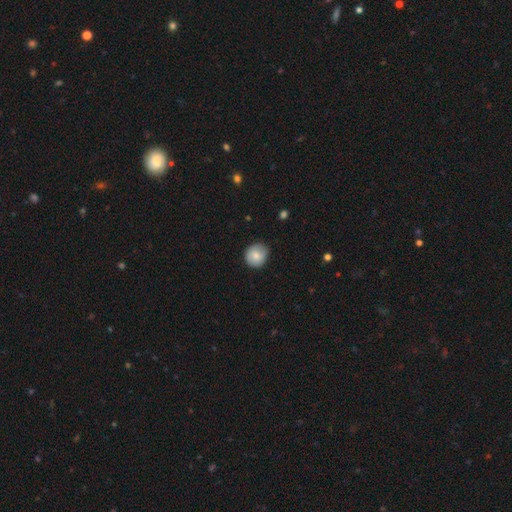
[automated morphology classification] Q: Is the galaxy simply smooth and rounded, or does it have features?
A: smooth — 77%.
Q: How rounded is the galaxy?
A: round — 86%.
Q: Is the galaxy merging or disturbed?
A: none — 80%.